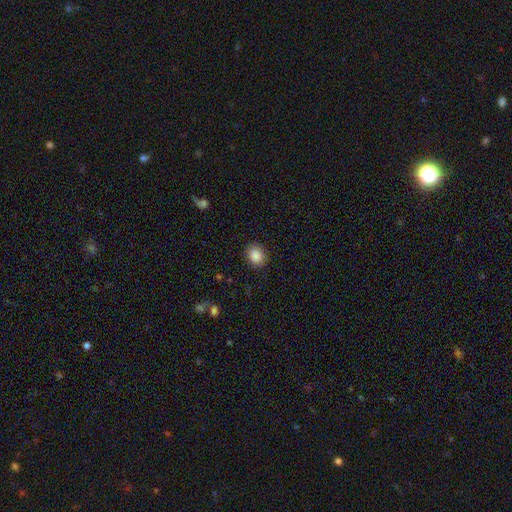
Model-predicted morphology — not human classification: smooth_or_featured: smooth (p=0.87) [alt: star or artifact p=0.09]
how_rounded: round (p=0.61) [alt: in between p=0.38]
merging: none (p=0.88) [alt: minor disturbance p=0.09]